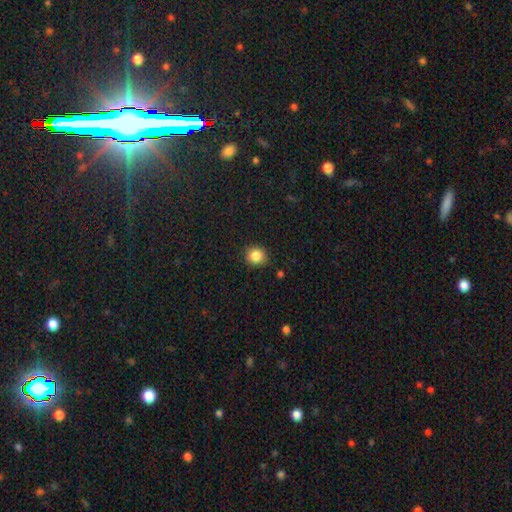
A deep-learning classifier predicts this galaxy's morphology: A smooth galaxy with no disk features (86%) that is round (86%). Merging: none (89%).